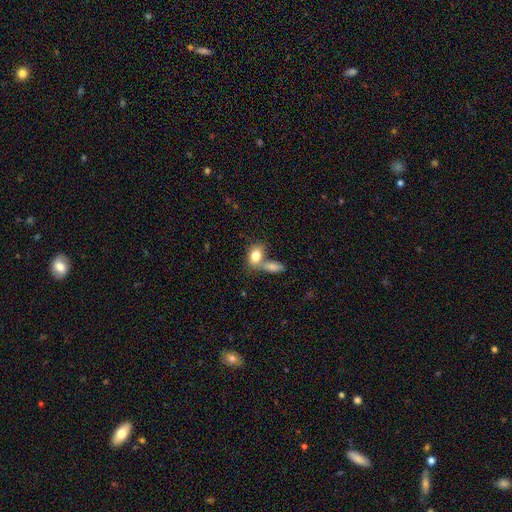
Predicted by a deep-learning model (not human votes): smooth_or_featured: smooth (p=0.80) [alt: featured or disk p=0.12]
how_rounded: in between (p=0.76) [alt: round p=0.21]
merging: merger (p=0.48) [alt: none p=0.36]